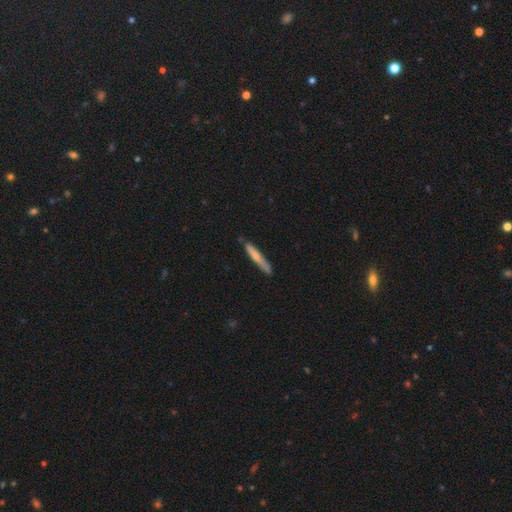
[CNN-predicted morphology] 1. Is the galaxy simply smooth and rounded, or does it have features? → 65% smooth, 29% featured or disk, 6% star or artifact.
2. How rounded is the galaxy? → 93% cigar-shaped, 5% in between, 1% round.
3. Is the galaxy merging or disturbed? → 77% none, 17% minor disturbance, 3% major disturbance, 3% merger.